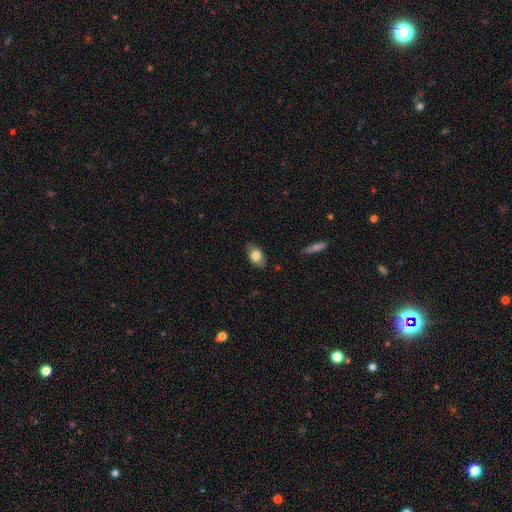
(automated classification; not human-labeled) Smooth or featured?
  - smooth: 75% *
  - featured or disk: 18%
  - star or artifact: 7%
How rounded?
  - in between: 89% *
  - round: 7%
  - cigar-shaped: 3%
Merging?
  - none: 80% *
  - minor disturbance: 15%
  - major disturbance: 3%
  - merger: 1%